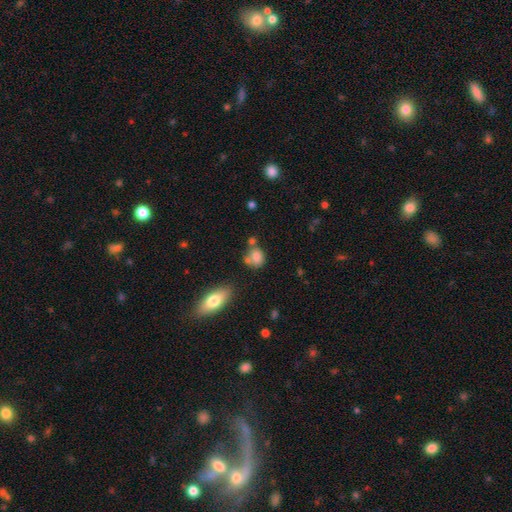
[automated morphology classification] Smooth or featured: smooth — 79% (star or artifact — 11%)
How rounded: round — 55% (in between — 44%)
Merging: none — 50% (merger — 25%)